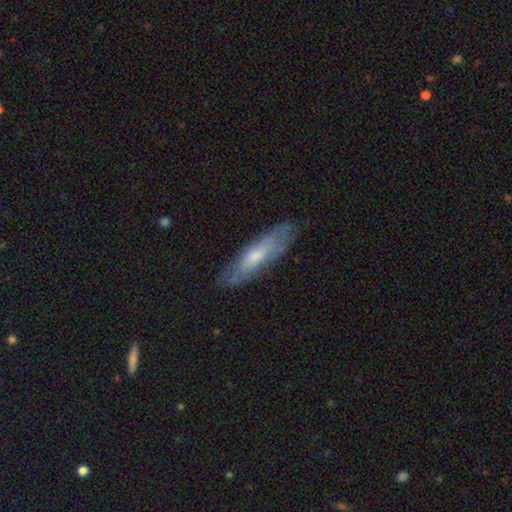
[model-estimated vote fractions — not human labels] Smooth or featured: featured or disk — 49% (smooth — 45%)
Merging: none — 78% (minor disturbance — 17%)